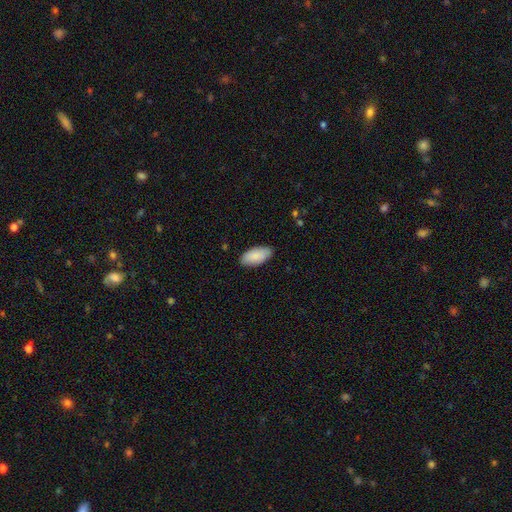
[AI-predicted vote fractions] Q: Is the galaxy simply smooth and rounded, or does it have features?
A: smooth — 88%.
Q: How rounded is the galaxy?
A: in between — 94%.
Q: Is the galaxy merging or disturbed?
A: none — 85%.